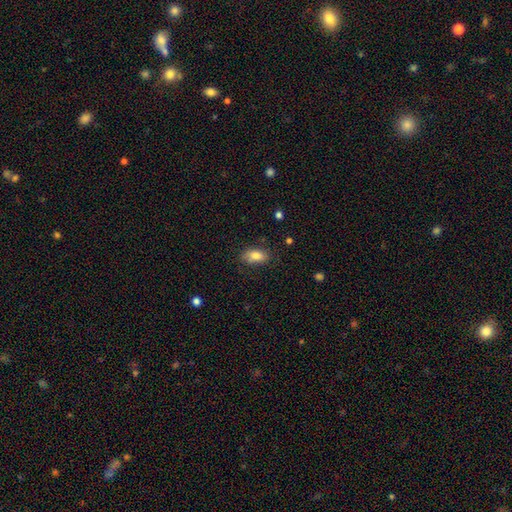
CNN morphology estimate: This is clearly a smooth galaxy (81%). How rounded: clearly in between (88%). Merging: likely none (74%).